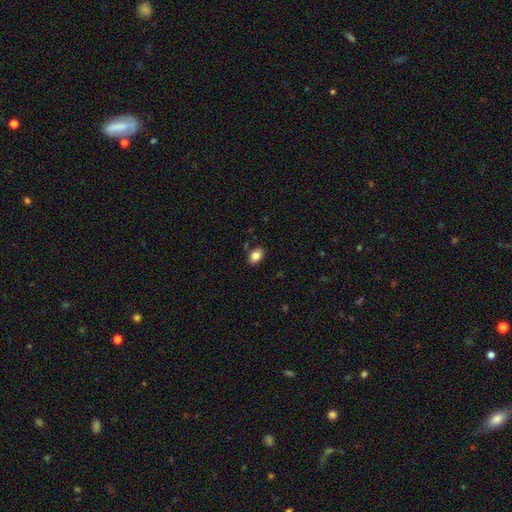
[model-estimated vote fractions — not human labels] This is clearly a smooth galaxy (83%). How rounded: clearly in between (81%). Merging: clearly none (84%).